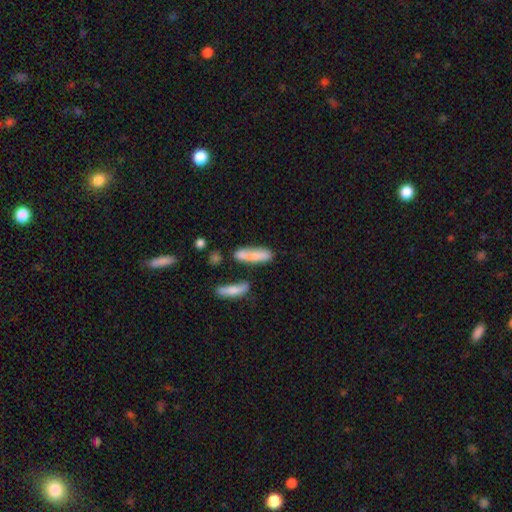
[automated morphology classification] Q: Smooth or featured?
A: smooth (76%); runner-up: featured or disk (17%)
Q: How rounded?
A: cigar-shaped (62%); runner-up: in between (36%)
Q: Merging?
A: none (51%); runner-up: merger (23%)